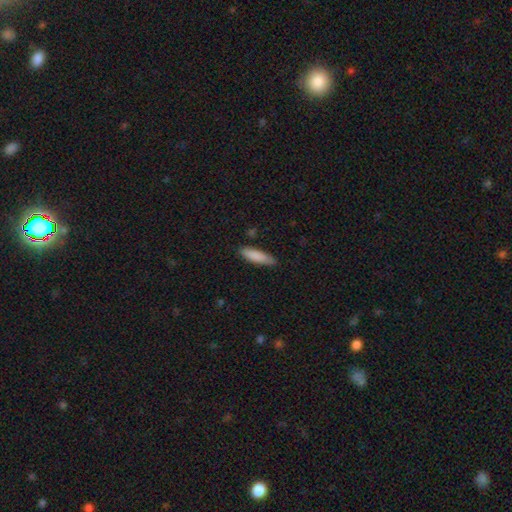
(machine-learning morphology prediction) Overall: smooth (86%). How rounded: cigar-shaped (67%; in between 31%). Merging: none (82%).